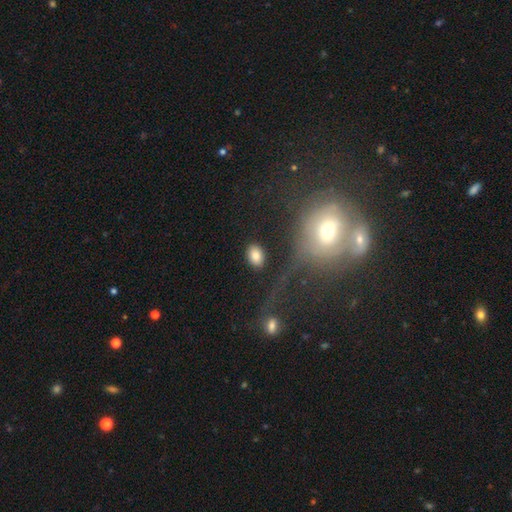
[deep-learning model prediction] smooth 83%, star or artifact 9%, featured or disk 8%. Down the decision tree: how rounded — in between (79%); merging — none (82%).